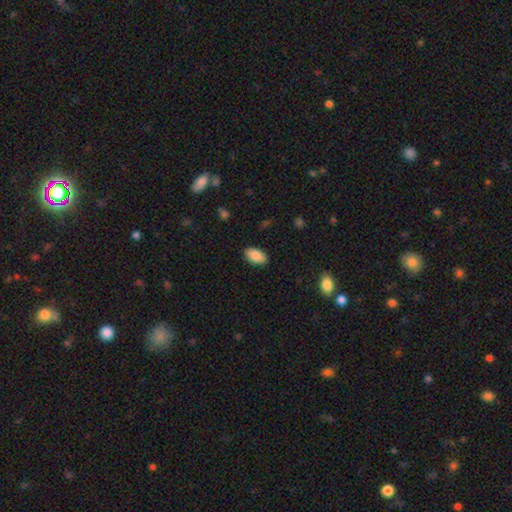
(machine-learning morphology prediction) Smooth or featured? smooth (86%)
How rounded? in between (94%)
Merging? none (87%)